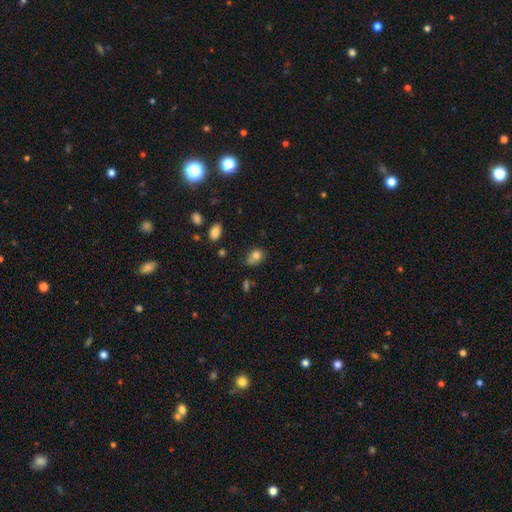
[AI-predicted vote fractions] The model was most divided on "merging": none: 43%, minor disturbance: 31%, merger: 15%, major disturbance: 11%. More confident: smooth or featured — smooth (79%); how rounded — in between (66%).